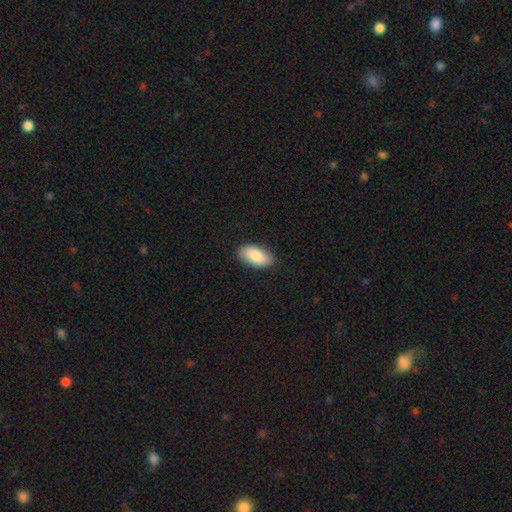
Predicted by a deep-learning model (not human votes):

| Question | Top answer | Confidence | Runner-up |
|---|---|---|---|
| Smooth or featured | smooth | 84% | featured or disk (10%) |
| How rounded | in between | 94% | cigar-shaped (3%) |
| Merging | none | 88% | minor disturbance (10%) |